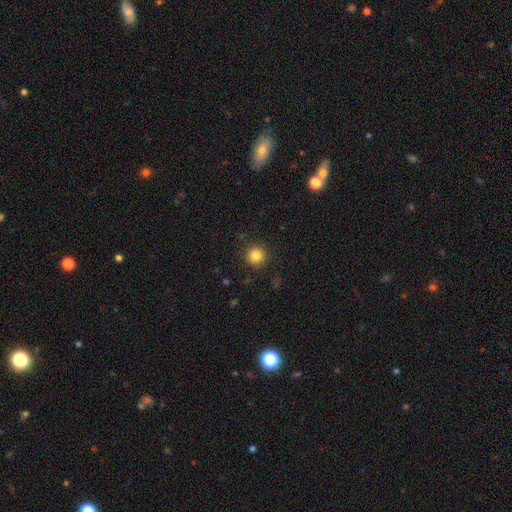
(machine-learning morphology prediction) A smooth galaxy with no disk features (84%) that is round (95%). Merging: none (91%).